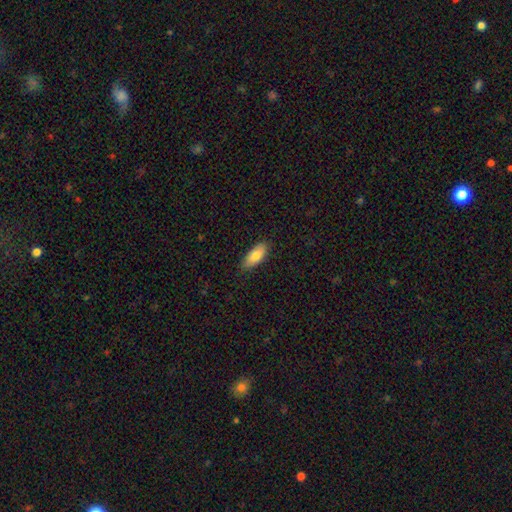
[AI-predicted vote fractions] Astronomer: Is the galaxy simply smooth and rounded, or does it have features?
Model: smooth — 82%.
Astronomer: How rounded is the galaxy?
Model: in between — 81%.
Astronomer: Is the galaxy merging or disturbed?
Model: none — 84%.